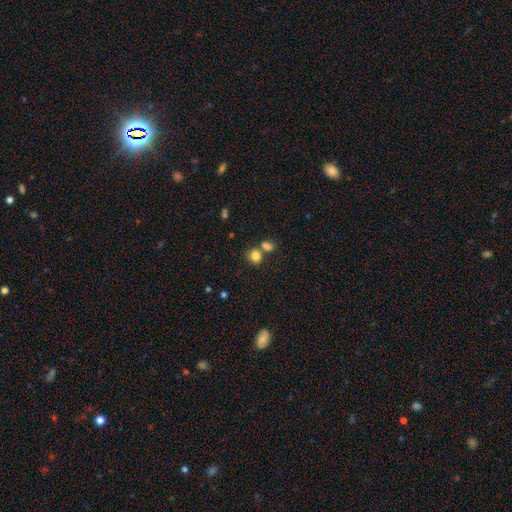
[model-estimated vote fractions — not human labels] smooth 82%, star or artifact 11%, featured or disk 7%. Down the decision tree: how rounded — round (65%); merging — none (52%).